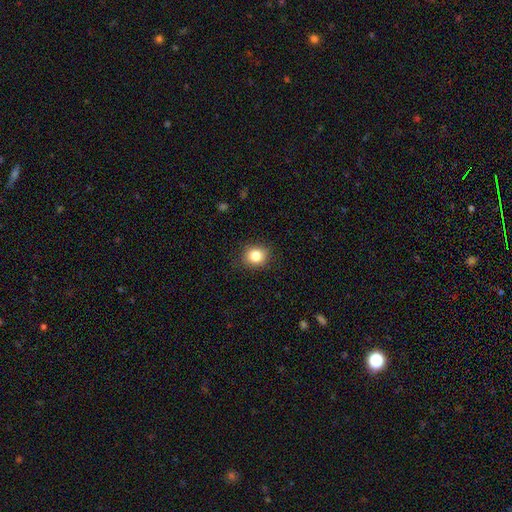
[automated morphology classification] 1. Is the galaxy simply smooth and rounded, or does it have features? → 82% smooth, 11% star or artifact, 7% featured or disk.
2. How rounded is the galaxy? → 79% round, 20% in between, 1% cigar-shaped.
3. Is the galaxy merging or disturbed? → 88% none, 8% minor disturbance, 2% major disturbance, 1% merger.